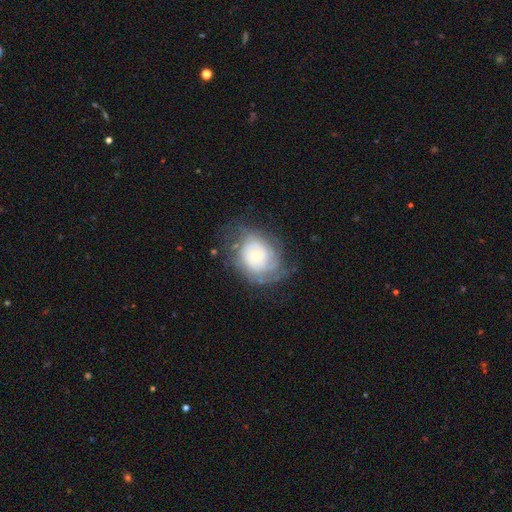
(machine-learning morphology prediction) featured or disk 67%, smooth 24%, star or artifact 9%. Down the decision tree: edge-on disk — no (97%); bar — no (81%); spiral arms — yes (85%); spiral arm count — can't tell (52%); spiral winding — tight (66%); bulge size — small (67%); merging — none (63%).